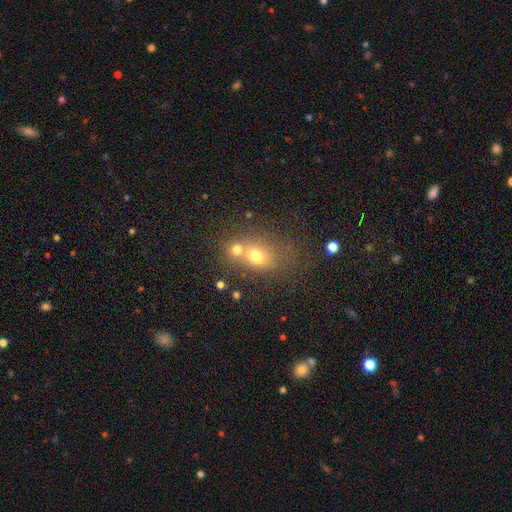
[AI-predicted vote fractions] This appears to be a smooth galaxy with no disk features (67%) that is round (55%). Merging: merger (48%).